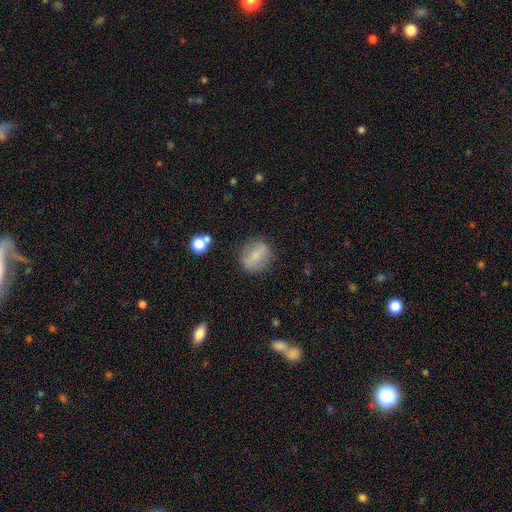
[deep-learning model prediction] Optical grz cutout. It shows a smooth galaxy with no disk features (67%) that is round (50%). Merging: none (82%).